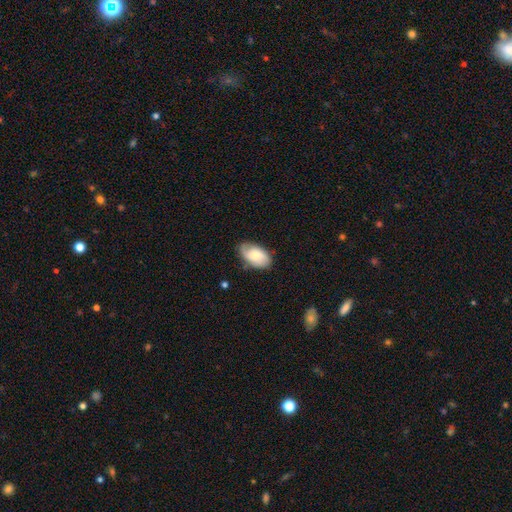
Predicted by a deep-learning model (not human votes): Morphology: type=featured or disk (48%); merging=none (74%).